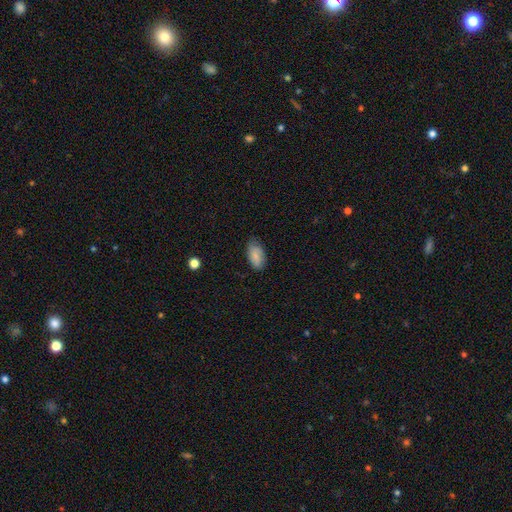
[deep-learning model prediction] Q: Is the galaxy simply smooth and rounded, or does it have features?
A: smooth — 80%.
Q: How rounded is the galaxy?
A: in between — 93%.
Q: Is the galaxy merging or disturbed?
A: none — 71%.